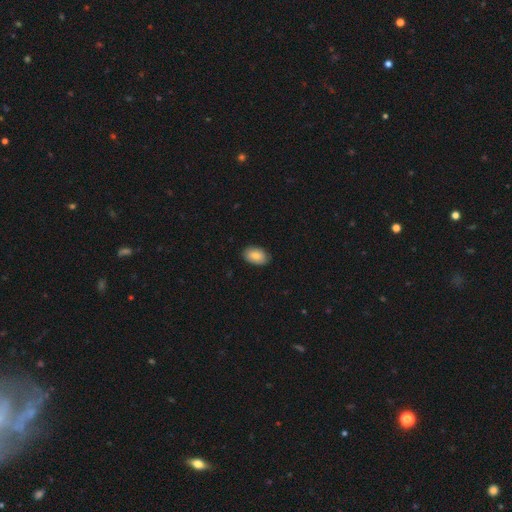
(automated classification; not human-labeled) A smooth galaxy with no disk features (84%) that is in between round and cigar-shaped (90%).

Vote fractions:
- Smooth or featured? smooth: 84% / featured or disk: 10% / star or artifact: 7%
- How rounded? in between: 90% / round: 9% / cigar-shaped: 1%
- Merging? none: 85% / minor disturbance: 12% / major disturbance: 2% / merger: 1%